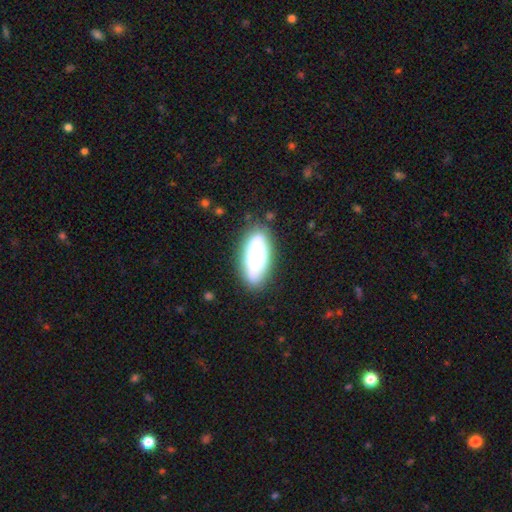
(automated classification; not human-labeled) The model was most divided on "smooth or featured": smooth: 57%, featured or disk: 35%, star or artifact: 8%. More confident: how rounded — in between (83%); merging — none (73%).